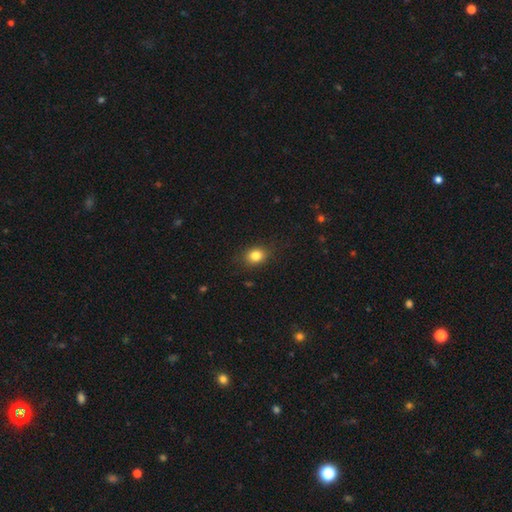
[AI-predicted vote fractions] smooth 83%, star or artifact 11%, featured or disk 6%. Down the decision tree: how rounded — round (52%); merging — none (85%).